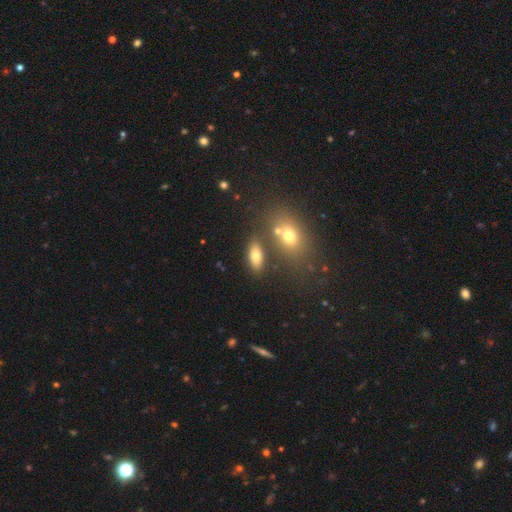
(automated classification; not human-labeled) A smooth galaxy with no disk features (73%) that is in between round and cigar-shaped (83%). Merging: none (71%).